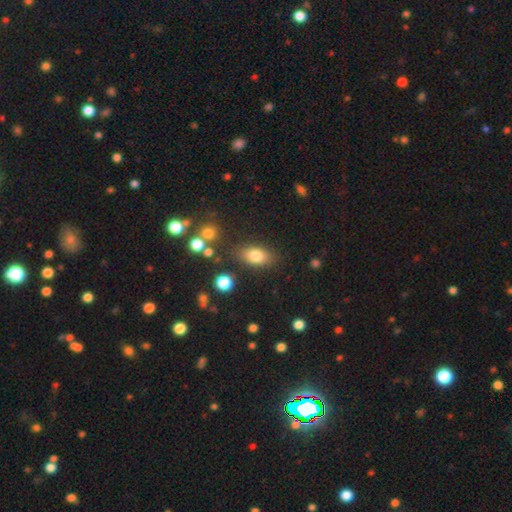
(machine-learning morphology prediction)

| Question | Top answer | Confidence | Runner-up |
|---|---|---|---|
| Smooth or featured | smooth | 78% | featured or disk (11%) |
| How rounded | in between | 80% | round (15%) |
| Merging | none | 79% | minor disturbance (13%) |